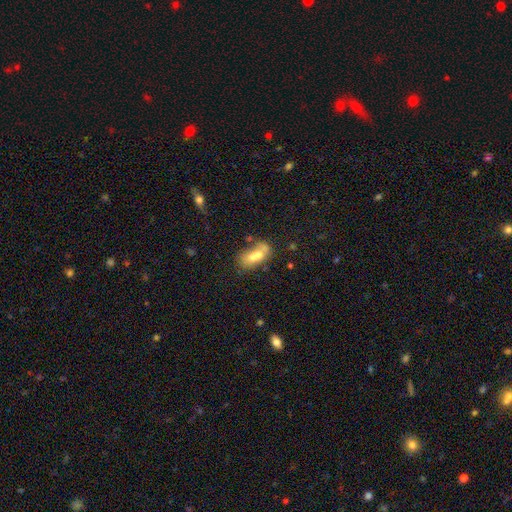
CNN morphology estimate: Overall: smooth (60%; featured or disk 30%). How rounded: in between (79%). Merging: merger (59%; none 24%).